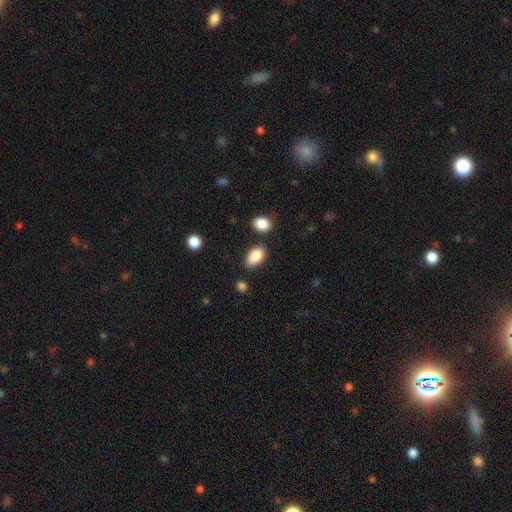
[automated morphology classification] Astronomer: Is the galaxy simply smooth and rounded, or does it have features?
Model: smooth — 87%.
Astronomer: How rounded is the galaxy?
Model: in between — 91%.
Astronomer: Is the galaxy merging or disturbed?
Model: none — 75%.